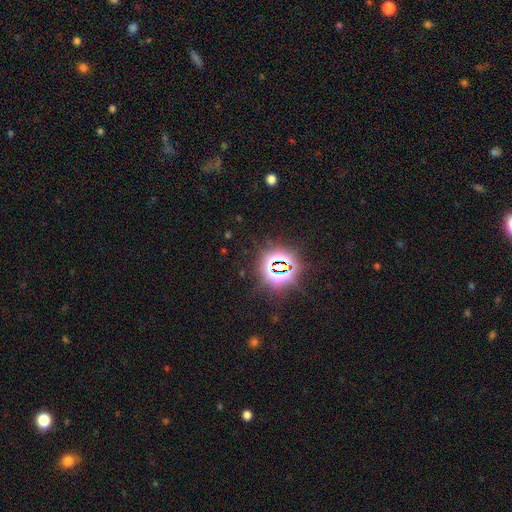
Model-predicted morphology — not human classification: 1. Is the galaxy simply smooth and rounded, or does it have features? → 78% star or artifact, 14% smooth, 8% featured or disk.